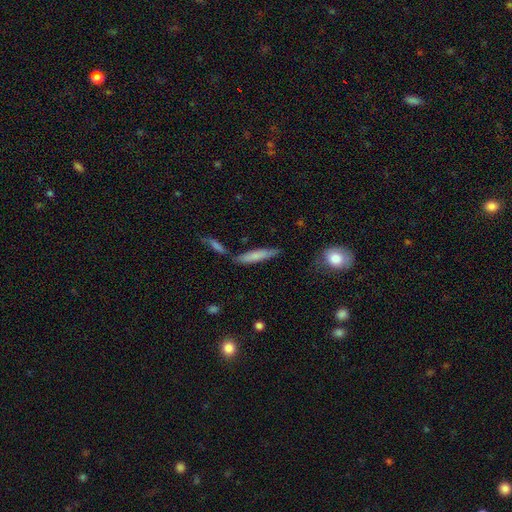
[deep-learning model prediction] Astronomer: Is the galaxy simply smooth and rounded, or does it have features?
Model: smooth — 71%.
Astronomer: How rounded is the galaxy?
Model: cigar-shaped — 85%.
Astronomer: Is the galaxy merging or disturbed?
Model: none — 69%.